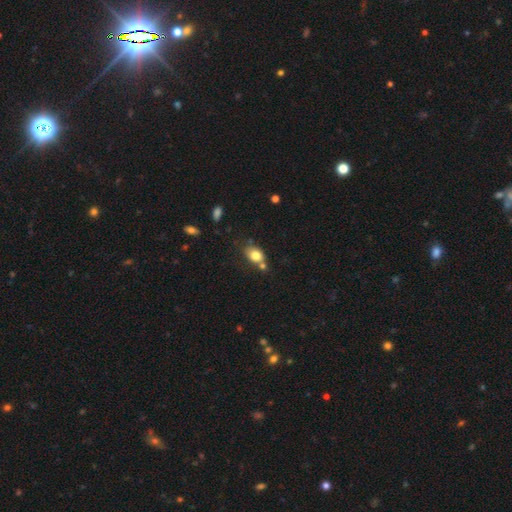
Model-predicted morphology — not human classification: Smooth or featured? smooth (79%)
How rounded? in between (70%)
Merging? none (54%)